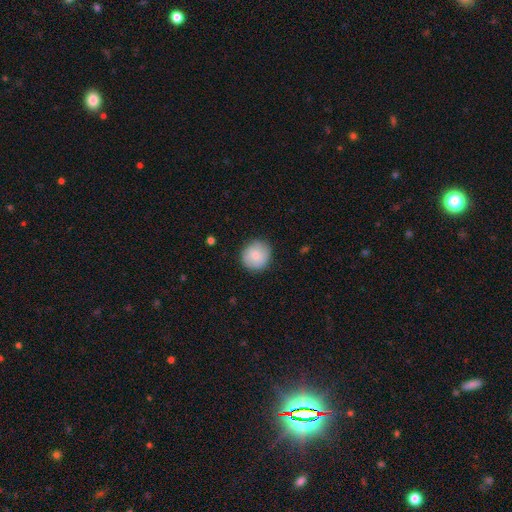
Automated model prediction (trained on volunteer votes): smooth_or_featured: smooth (p=0.77) [alt: featured or disk p=0.16]
how_rounded: round (p=0.91) [alt: in between p=0.08]
merging: none (p=0.83) [alt: minor disturbance p=0.13]